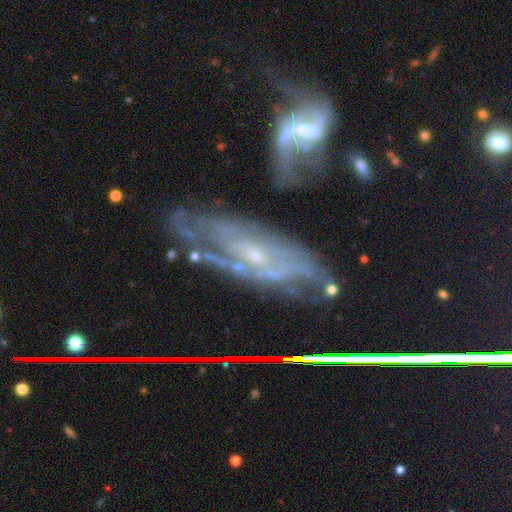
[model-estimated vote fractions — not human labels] Overall: featured or disk (77%). Edge-on disk: no (88%). Bar: no (48%; weak 37%). Spiral arms: yes (88%). Spiral arm count: can't tell (38%; 2 34%). Spiral winding: tight (38%, tied with medium). Bulge size: small (73%). Merging: none (52%; minor disturbance 22%).